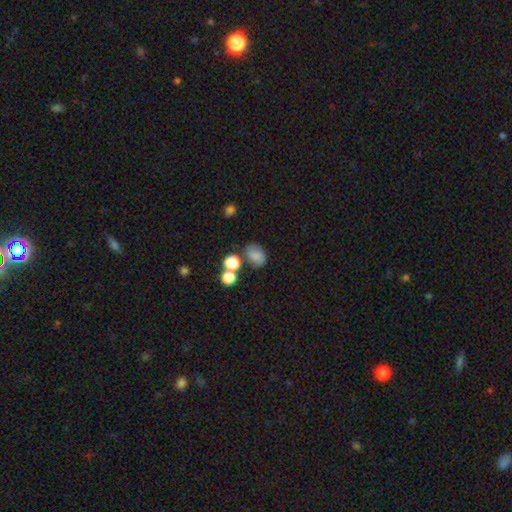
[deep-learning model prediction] A smooth galaxy with no disk features (75%) that is in between round and cigar-shaped (63%).

Vote fractions:
- Smooth or featured? smooth: 75% / star or artifact: 13% / featured or disk: 12%
- How rounded? in between: 63% / round: 36% / cigar-shaped: 1%
- Merging? none: 57% / minor disturbance: 18% / merger: 18% / major disturbance: 7%